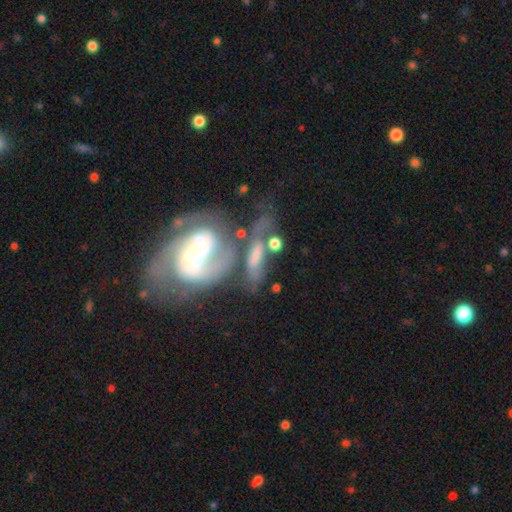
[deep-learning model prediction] Smooth or featured?
  - featured or disk: 52% *
  - smooth: 39%
  - star or artifact: 9%
Edge-on disk?
  - no: 83% *
  - yes: 17%
Merging?
  - merger: 37% *
  - none: 30%
  - minor disturbance: 17%
  - major disturbance: 17%